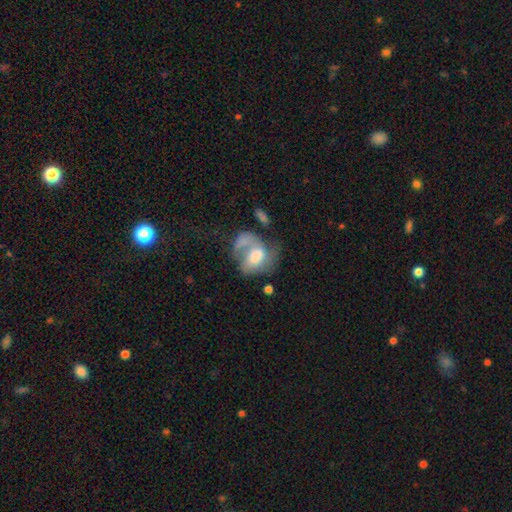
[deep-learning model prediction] Q: Smooth or featured?
A: featured or disk (52%); runner-up: smooth (39%)
Q: Edge-on disk?
A: no (97%); runner-up: yes (3%)
Q: Bar?
A: no (56%); runner-up: weak (33%)
Q: Spiral arms?
A: yes (60%); runner-up: no (40%)
Q: Bulge size?
A: moderate (38%); runner-up: large (33%)
Q: Merging?
A: major disturbance (36%); runner-up: none (24%)